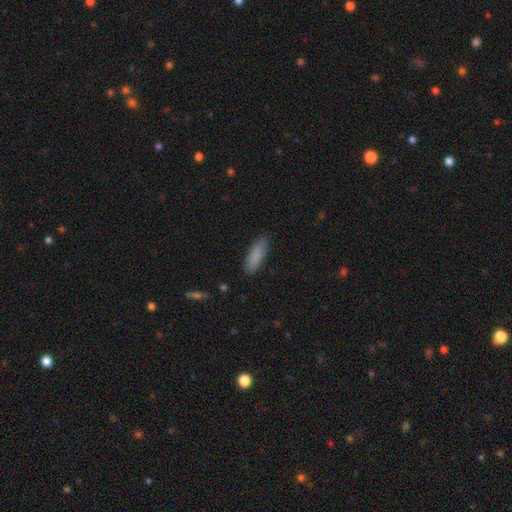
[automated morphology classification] A smooth galaxy with no disk features (86%) that is cigar-shaped (52%). Merging: none (85%).